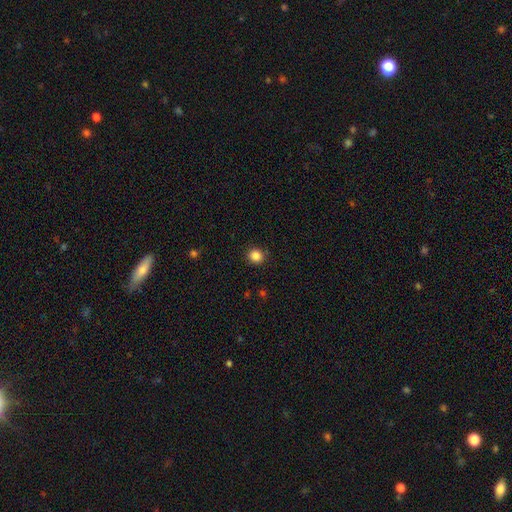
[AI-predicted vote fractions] smooth_or_featured: smooth (p=0.86) [alt: star or artifact p=0.11]
how_rounded: round (p=0.88) [alt: in between p=0.11]
merging: none (p=0.89) [alt: minor disturbance p=0.07]